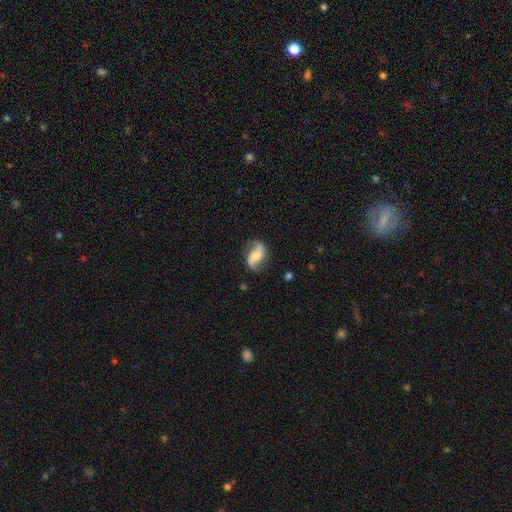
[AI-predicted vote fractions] A featured or disk galaxy (79%) with no bar (49%), 2 (92%) loose (70%) spiral arms (95%) and a moderate central bulge (52%).

Vote fractions:
- Smooth or featured? featured or disk: 79% / smooth: 15% / star or artifact: 6%
- Edge-on disk? no: 97% / yes: 3%
- Bar? no: 49% / weak: 34% / strong: 17%
- Spiral arms? yes: 95% / no: 5%
- Spiral winding? loose: 70% / medium: 22% / tight: 7%
- Spiral arm count? 2: 92% / 1: 3% / can't tell: 2% / 3: 1% / 4: 1% / more than 4: 1%
- Bulge size? moderate: 52% / small: 32% / large: 8% / none: 6% / dominant: 2%
- Merging? none: 77% / minor disturbance: 16% / major disturbance: 6% / merger: 2%